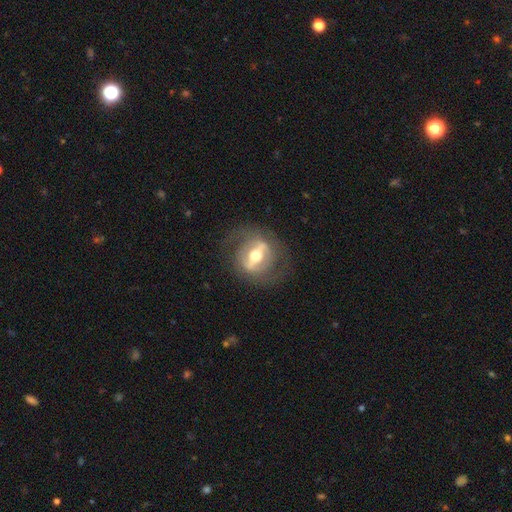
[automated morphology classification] Smooth or featured: featured or disk — 76% (smooth — 18%)
Edge-on disk: no — 84% (yes — 16%)
Bar: strong — 66% (weak — 22%)
Spiral arms: no — 51% (yes — 49%)
Bulge size: moderate — 70% (large — 15%)
Merging: none — 74% (minor disturbance — 14%)